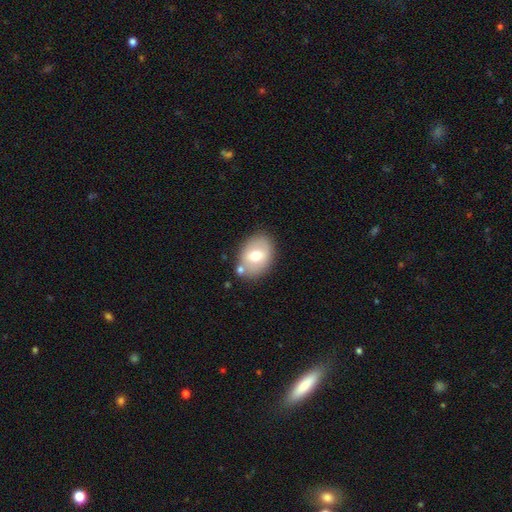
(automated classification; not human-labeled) This appears to be a smooth galaxy with no disk features (66%) that is in between round and cigar-shaped (73%). Merging: none (75%).